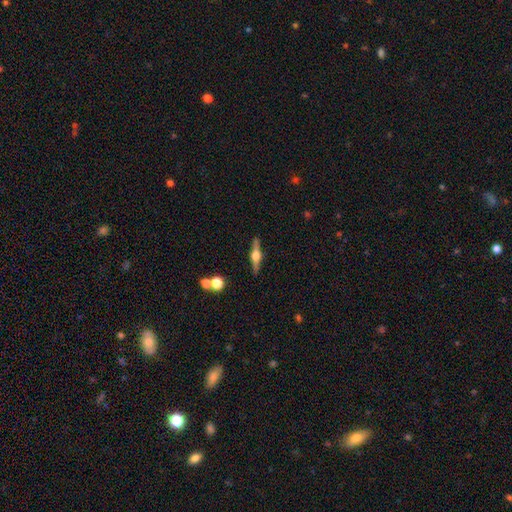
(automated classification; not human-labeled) Overall: featured or disk (77%). Edge-on disk: yes (98%). Edge-on bulge: rounded (94%). Merging: none (89%).